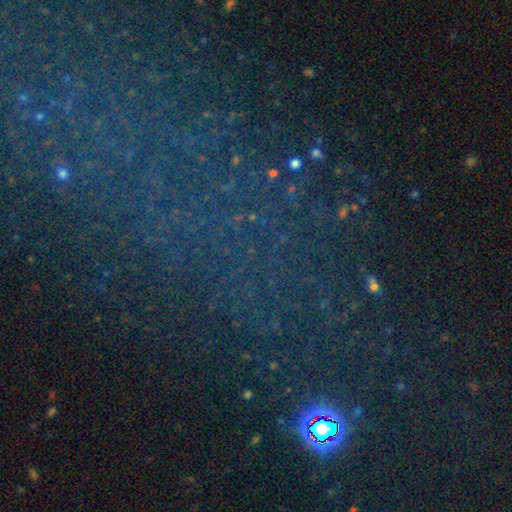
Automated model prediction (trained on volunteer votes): Smooth or featured? star or artifact (74%)